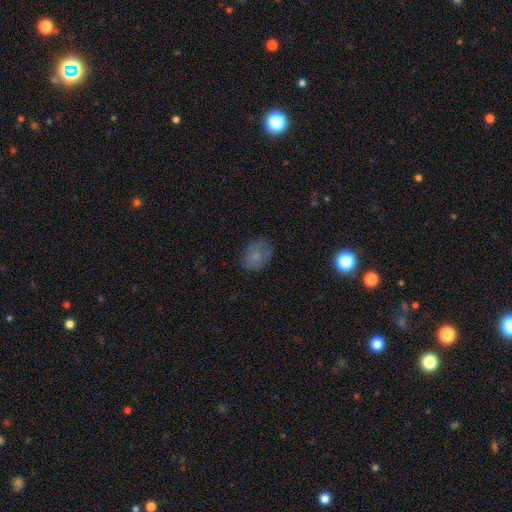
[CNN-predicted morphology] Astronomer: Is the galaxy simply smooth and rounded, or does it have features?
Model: smooth — 74%.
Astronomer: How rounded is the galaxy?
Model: in between — 67%.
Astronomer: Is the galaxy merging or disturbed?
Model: none — 71%.